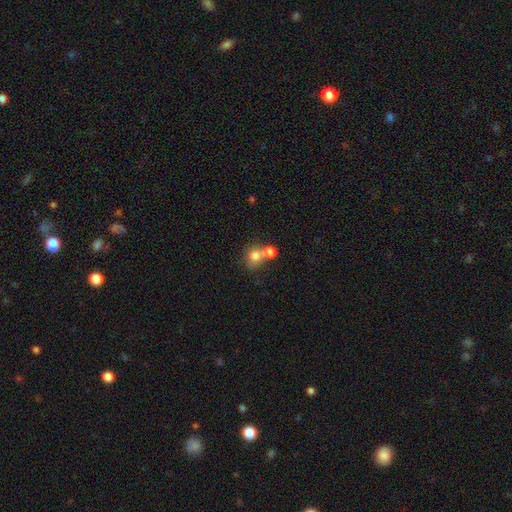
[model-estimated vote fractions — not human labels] Q: Smooth or featured?
A: smooth (73%); runner-up: featured or disk (15%)
Q: How rounded?
A: round (73%); runner-up: in between (26%)
Q: Merging?
A: merger (56%); runner-up: none (31%)